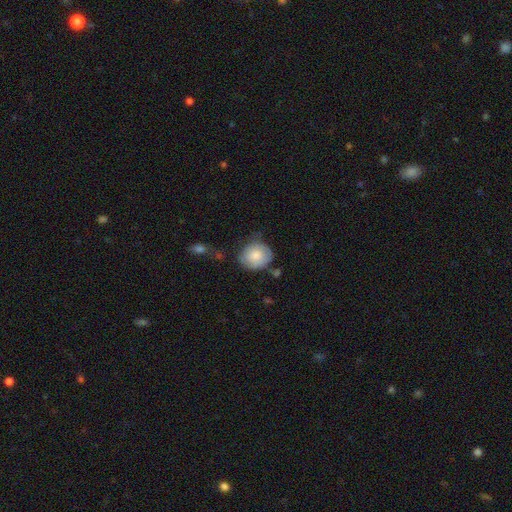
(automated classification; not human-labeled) A smooth galaxy with no disk features (77%) that is round (72%). Merging: none (55%).